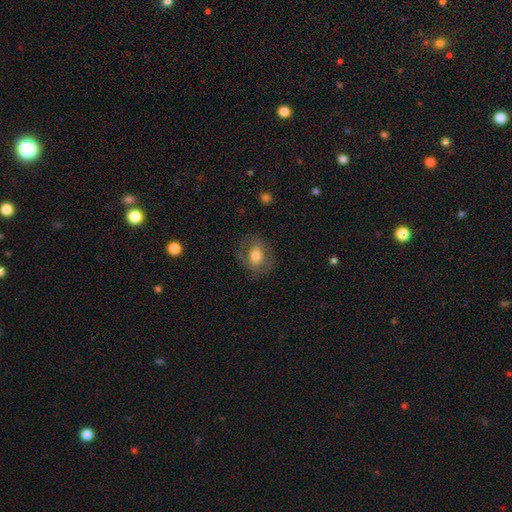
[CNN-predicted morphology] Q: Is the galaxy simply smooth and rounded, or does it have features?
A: smooth — 56%.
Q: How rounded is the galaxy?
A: in between — 52%.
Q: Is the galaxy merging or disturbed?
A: none — 72%.